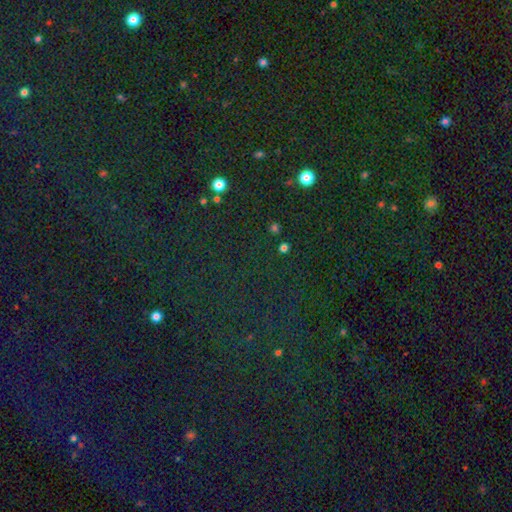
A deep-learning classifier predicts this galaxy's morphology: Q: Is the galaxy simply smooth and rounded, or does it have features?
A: star or artifact — 79%.